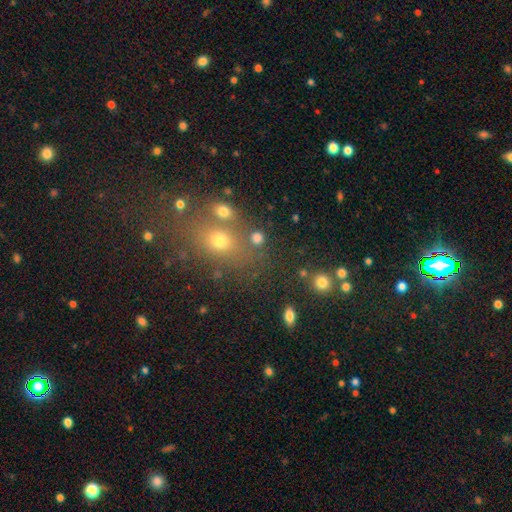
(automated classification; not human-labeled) smooth 52%, star or artifact 35%, featured or disk 13%. Down the decision tree: how rounded — in between (49%); merging — none (70%).